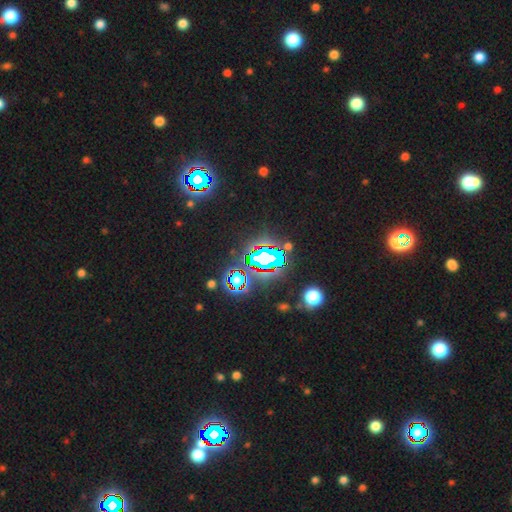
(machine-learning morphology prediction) type=star or artifact (83%).